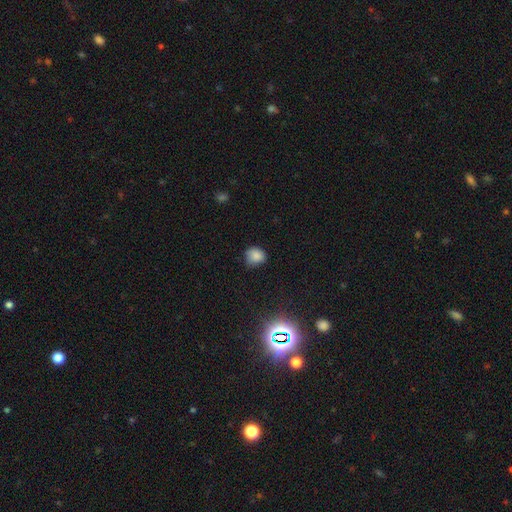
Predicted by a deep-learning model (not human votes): This is clearly a smooth galaxy (81%). How rounded: likely round (72%). Merging: likely none (66%).